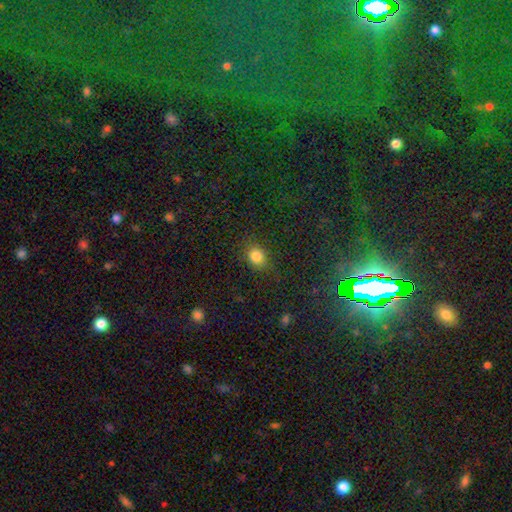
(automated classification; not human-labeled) The model was most divided on "how rounded": round: 59%, in between: 40%, cigar-shaped: 1%. More confident: merging — none (83%); smooth or featured — smooth (82%).